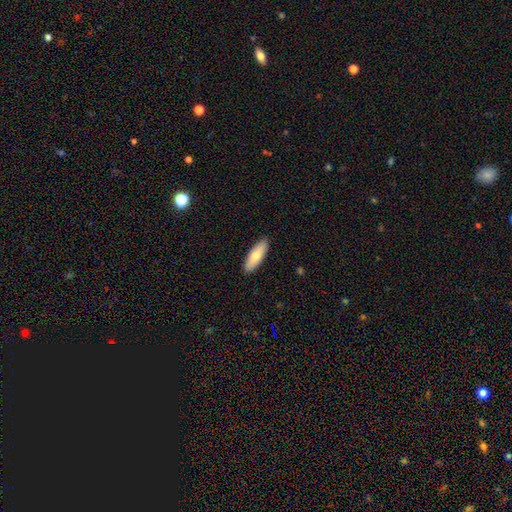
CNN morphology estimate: type=smooth (71%); roundness=in between (61%); merging=none (90%).